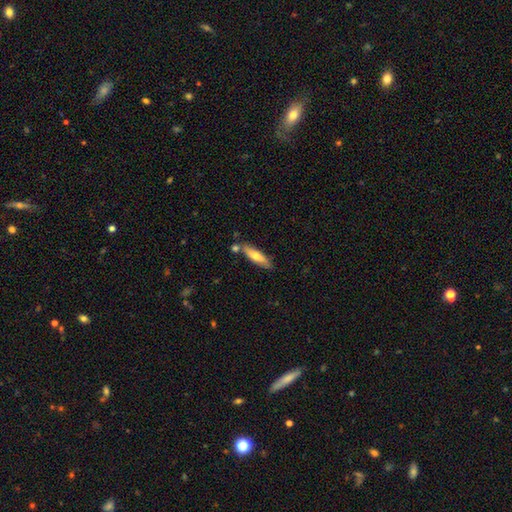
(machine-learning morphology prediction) Overall: smooth (59%; featured or disk 35%). How rounded: cigar-shaped (70%). Merging: none (74%).